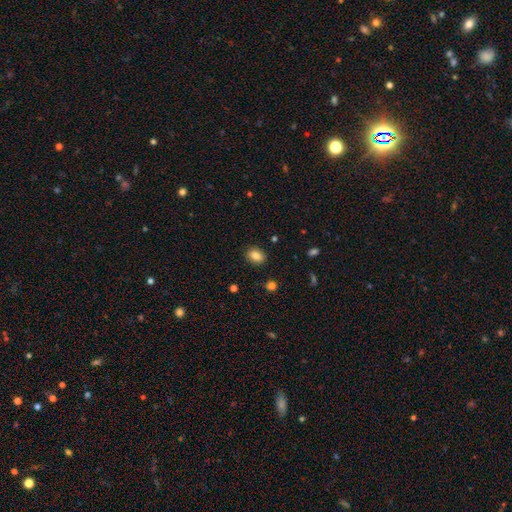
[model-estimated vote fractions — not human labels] Morphology: type=smooth (85%); roundness=in between (71%); merging=none (88%).